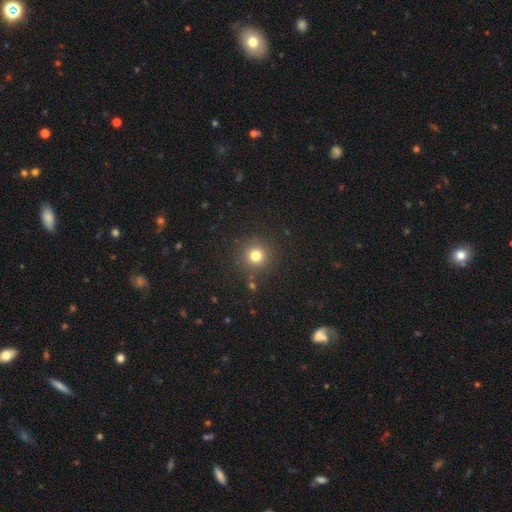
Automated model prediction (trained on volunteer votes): Smooth or featured: smooth — 79% (star or artifact — 15%)
How rounded: round — 95% (in between — 4%)
Merging: none — 89% (minor disturbance — 7%)